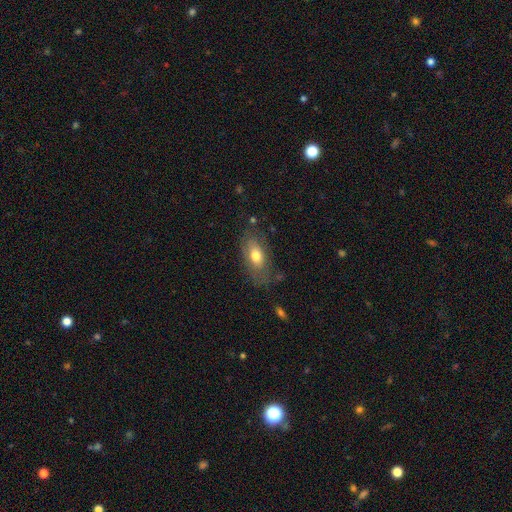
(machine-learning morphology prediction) A smooth galaxy with no disk features (67%) that is in between round and cigar-shaped (87%).

Vote fractions:
- Smooth or featured? smooth: 67% / featured or disk: 25% / star or artifact: 8%
- How rounded? in between: 87% / round: 7% / cigar-shaped: 6%
- Merging? none: 67% / minor disturbance: 22% / major disturbance: 9% / merger: 3%